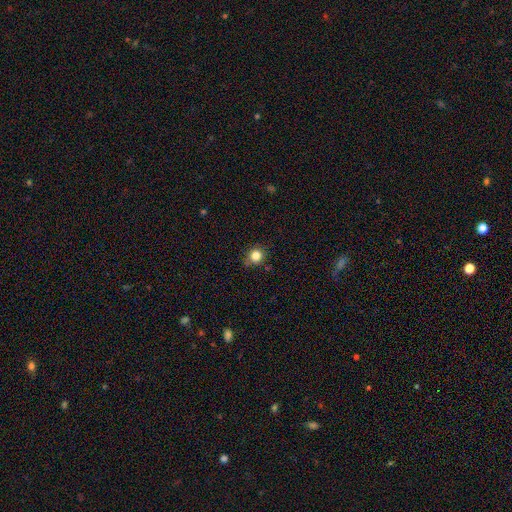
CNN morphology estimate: smooth-or-featured: smooth: 83% | star or artifact: 11% | featured or disk: 5%
  how-rounded: round: 83% | in between: 16% | cigar-shaped: 1%
  merging: none: 81% | minor disturbance: 14% | major disturbance: 3% | merger: 2%